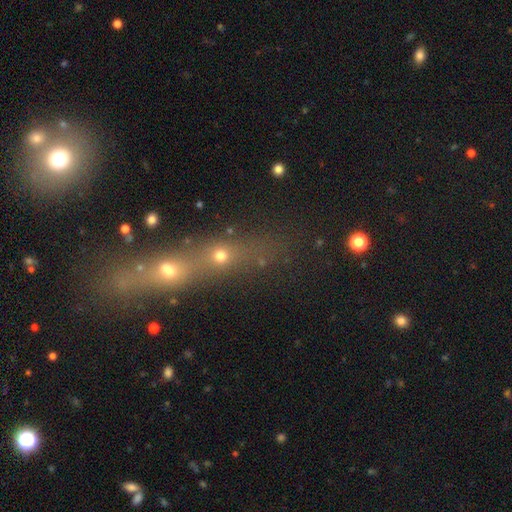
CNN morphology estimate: This is marginally a smooth galaxy (37%). Merging: possibly merger (47%).